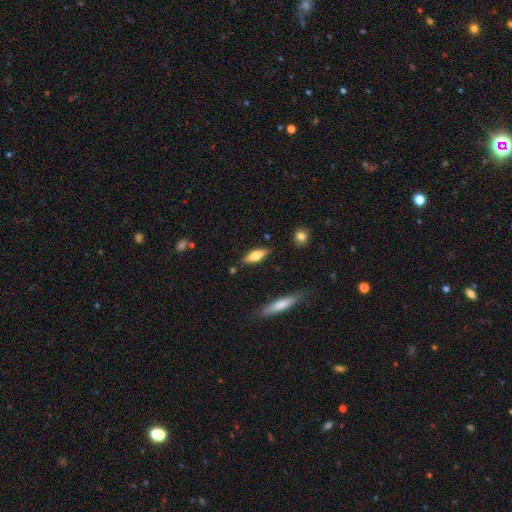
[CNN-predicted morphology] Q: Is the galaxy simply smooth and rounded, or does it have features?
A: smooth — 63%.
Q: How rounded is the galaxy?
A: in between — 60%.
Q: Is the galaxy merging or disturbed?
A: none — 84%.